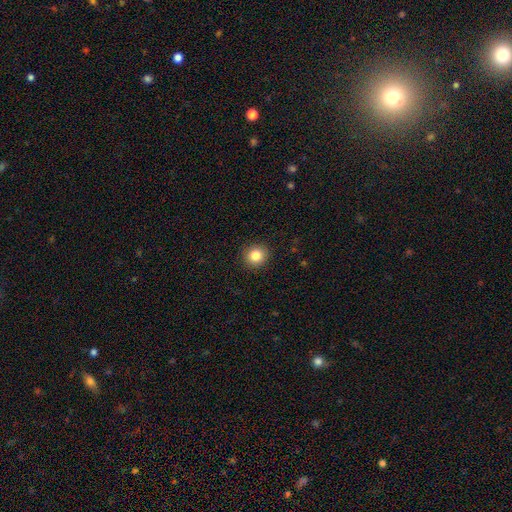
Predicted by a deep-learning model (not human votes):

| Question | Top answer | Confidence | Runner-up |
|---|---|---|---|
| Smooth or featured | smooth | 84% | star or artifact (10%) |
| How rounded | round | 90% | in between (9%) |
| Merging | none | 91% | minor disturbance (6%) |